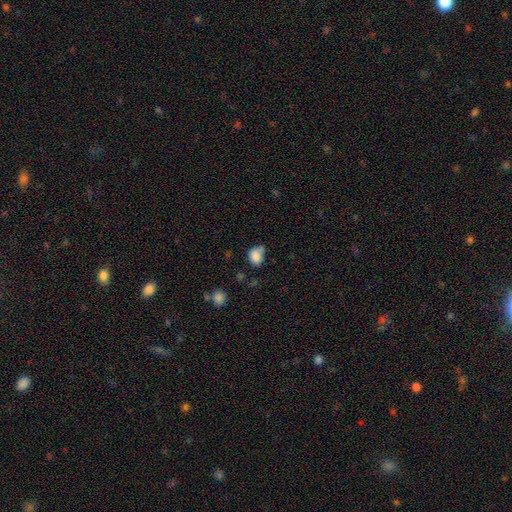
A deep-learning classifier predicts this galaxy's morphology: This appears to be a smooth galaxy with no disk features (83%) that is in between round and cigar-shaped (56%). Merging: none (44%).